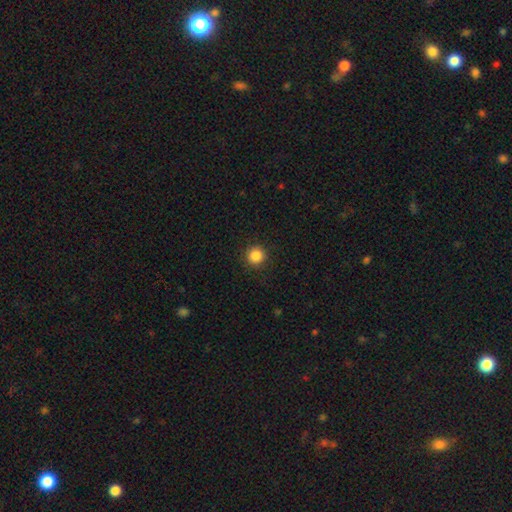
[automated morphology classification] Smooth or featured? Predicted: smooth (p=0.86). How rounded? Predicted: round (p=0.95). Merging? Predicted: none (p=0.92).